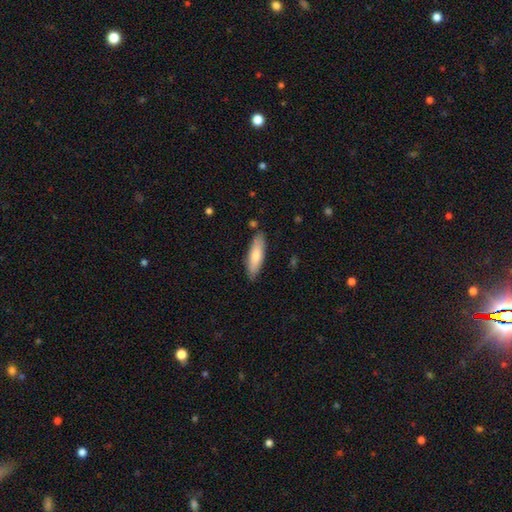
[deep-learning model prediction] A smooth galaxy with no disk features (76%) that is cigar-shaped (59%). Merging: none (84%).